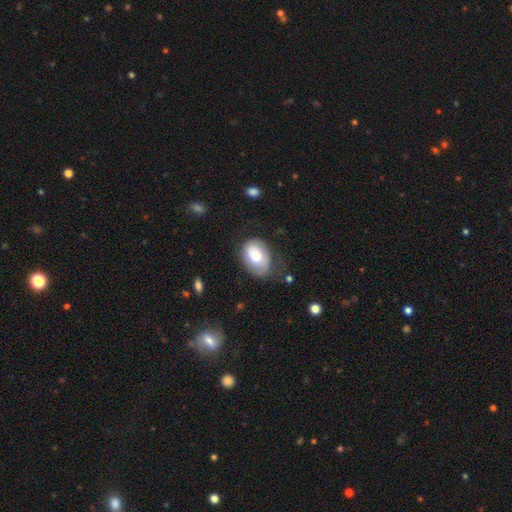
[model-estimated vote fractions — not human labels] smooth 59%, featured or disk 34%, star or artifact 7%. Down the decision tree: how rounded — in between (80%); merging — none (57%).